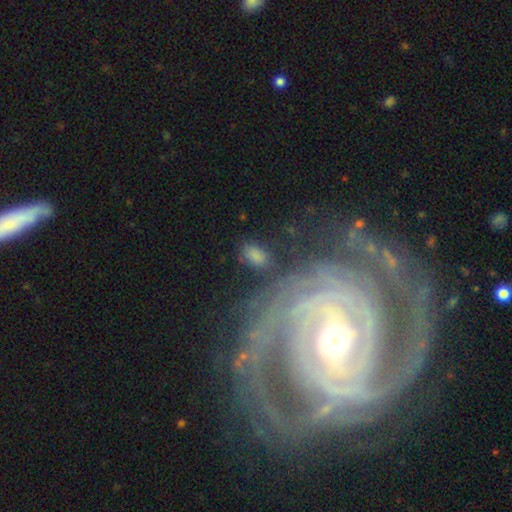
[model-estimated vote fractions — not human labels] This is likely a smooth galaxy (72%). How rounded: clearly in between (89%). Merging: likely none (68%).